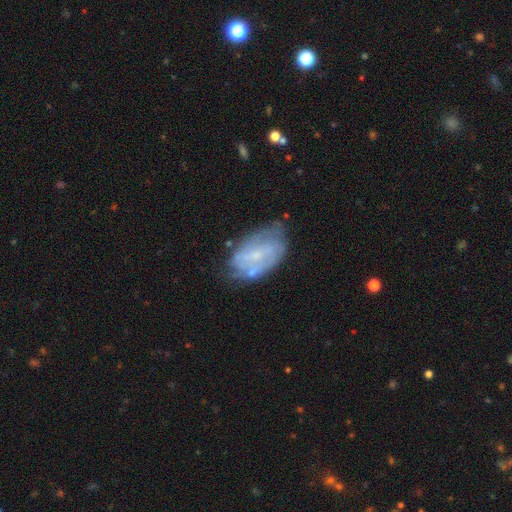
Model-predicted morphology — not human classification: featured or disk 69%, smooth 23%, star or artifact 8%. Down the decision tree: edge-on disk — no (96%); bar — no (45%); spiral arms — yes (74%); bulge size — small (64%); merging — none (57%).